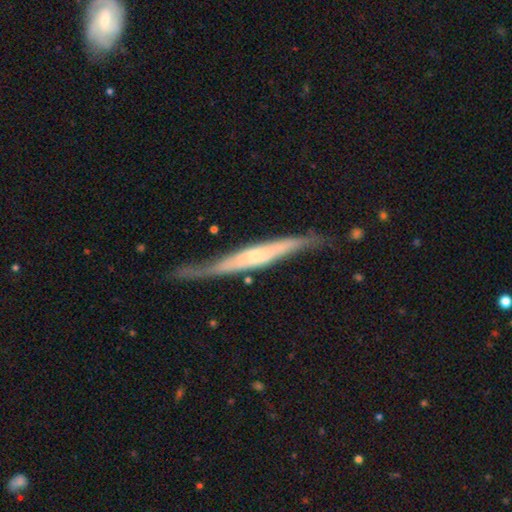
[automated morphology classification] Smooth or featured?
  - featured or disk: 70% *
  - smooth: 25%
  - star or artifact: 5%
Edge-on disk?
  - yes: 85% *
  - no: 15%
Edge-on bulge?
  - rounded: 46% *
  - none: 37%
  - boxy: 17%
Merging?
  - none: 64% *
  - minor disturbance: 24%
  - major disturbance: 9%
  - merger: 3%